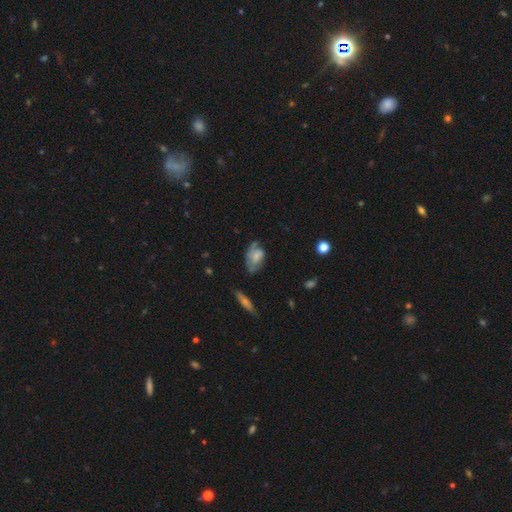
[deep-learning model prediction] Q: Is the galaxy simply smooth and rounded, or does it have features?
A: smooth — 49%.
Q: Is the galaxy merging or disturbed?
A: none — 41%.